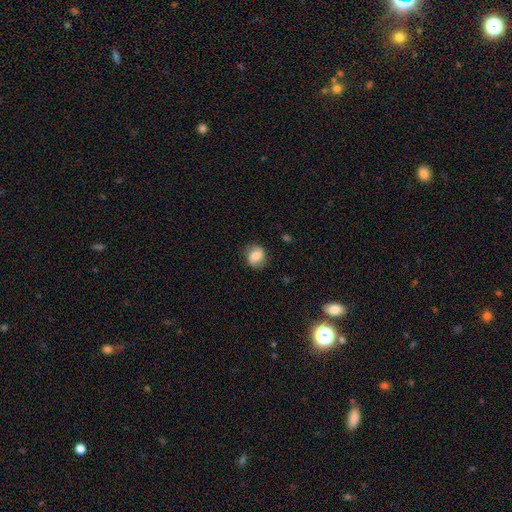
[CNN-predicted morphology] Smooth or featured? Predicted: smooth (p=0.71). How rounded? Predicted: round (p=0.73). Merging? Predicted: none (p=0.81).